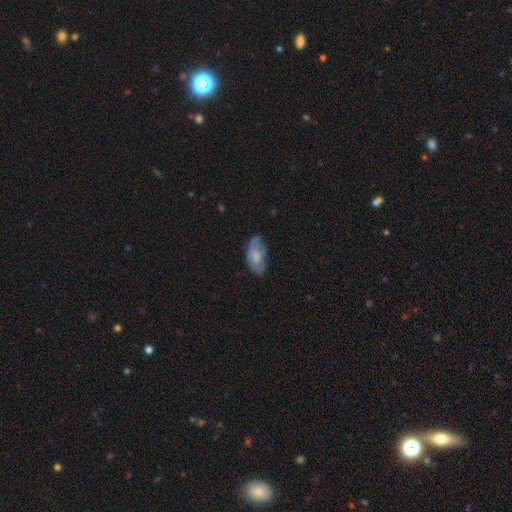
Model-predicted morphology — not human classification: This is likely a smooth galaxy (69%). How rounded: clearly in between (92%). Merging: likely none (60%).